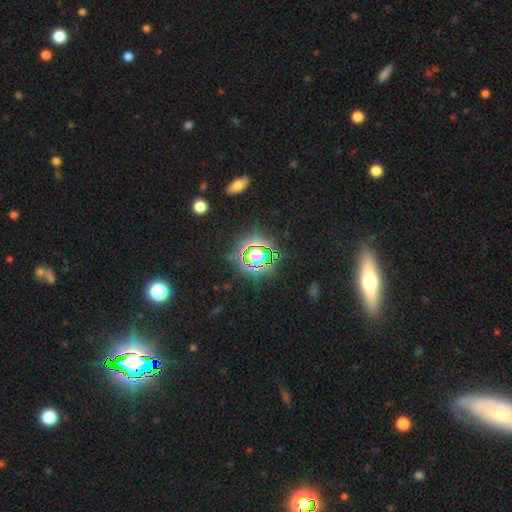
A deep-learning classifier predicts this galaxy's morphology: type=star or artifact (71%).